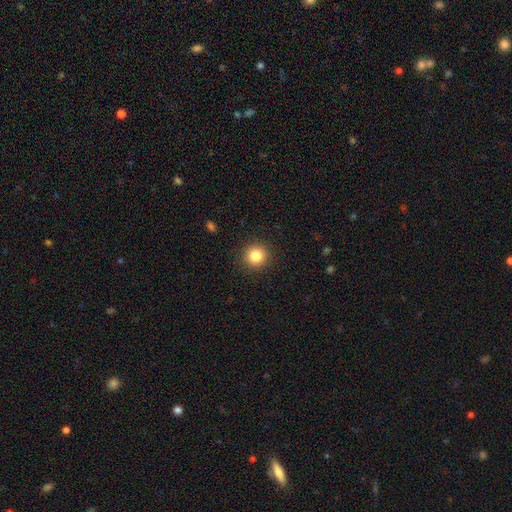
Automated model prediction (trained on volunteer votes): Q: Smooth or featured?
A: smooth (84%); runner-up: star or artifact (11%)
Q: How rounded?
A: round (93%); runner-up: in between (6%)
Q: Merging?
A: none (91%); runner-up: minor disturbance (6%)